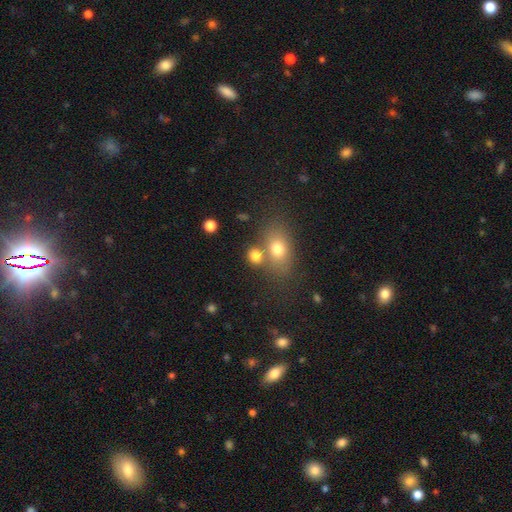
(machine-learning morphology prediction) smooth 77%, star or artifact 12%, featured or disk 10%. Down the decision tree: how rounded — round (55%); merging — none (53%).